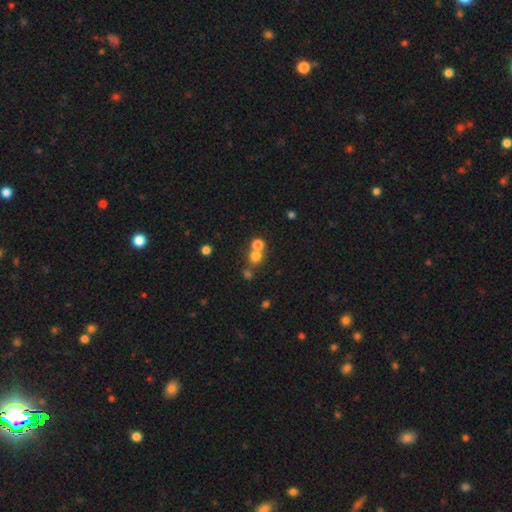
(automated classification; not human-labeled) Smooth or featured: smooth — 72% (star or artifact — 17%)
How rounded: round — 86% (in between — 13%)
Merging: none — 47% (merger — 44%)